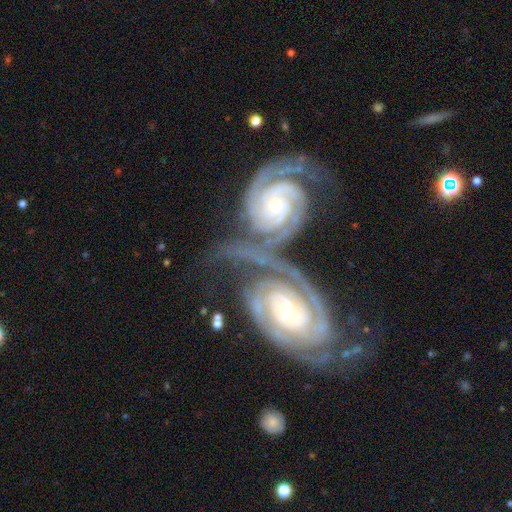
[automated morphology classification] smooth_or_featured: featured or disk (p=0.88) [alt: smooth p=0.08]
disk_edge_on: no (p=0.96) [alt: yes p=0.04]
bar: no (p=0.60) [alt: weak p=0.24]
has_spiral_arms: yes (p=0.98) [alt: no p=0.02]
spiral_winding: tight (p=0.74) [alt: medium p=0.23]
spiral_arm_count: 2 (p=0.79) [alt: 3 p=0.08]
bulge_size: small (p=0.55) [alt: moderate p=0.34]
merging: merger (p=0.59) [alt: none p=0.25]